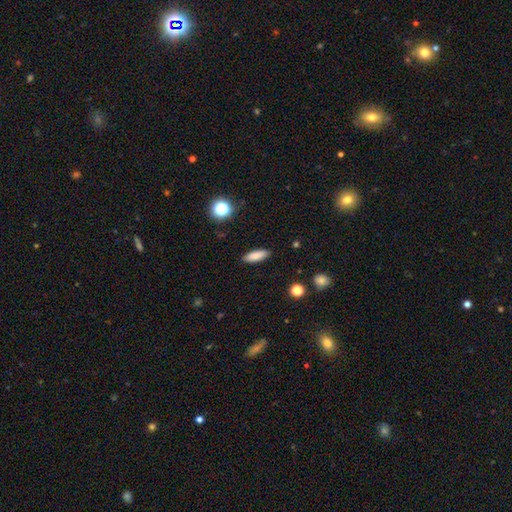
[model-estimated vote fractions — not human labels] Morphology: type=smooth (85%); roundness=in between (58%); merging=none (89%).